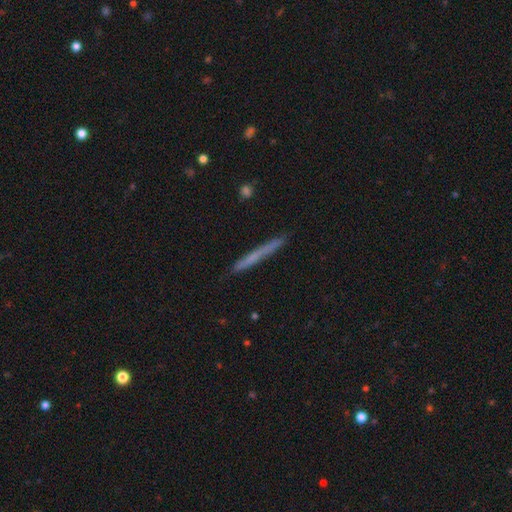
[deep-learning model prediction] Smooth or featured? smooth (56%)
How rounded? cigar-shaped (97%)
Merging? none (89%)